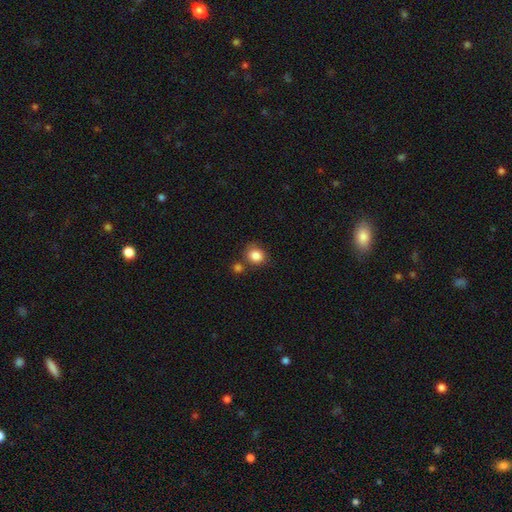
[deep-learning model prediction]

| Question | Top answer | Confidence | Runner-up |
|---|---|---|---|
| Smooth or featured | smooth | 85% | star or artifact (10%) |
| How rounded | round | 73% | in between (26%) |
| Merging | none | 67% | minor disturbance (15%) |